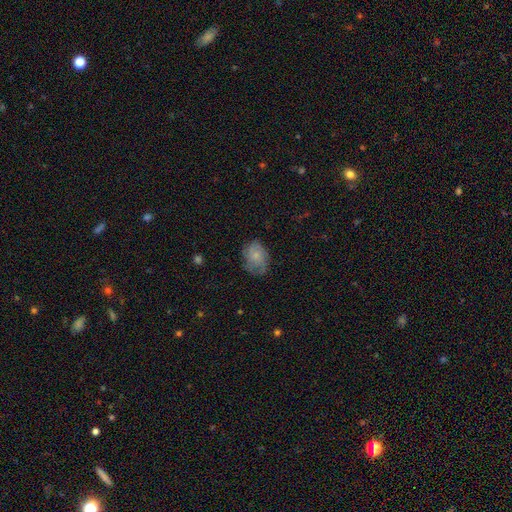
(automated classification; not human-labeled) Smooth or featured? Predicted: smooth (p=0.51). How rounded? Predicted: in between (p=0.67). Merging? Predicted: none (p=0.64).